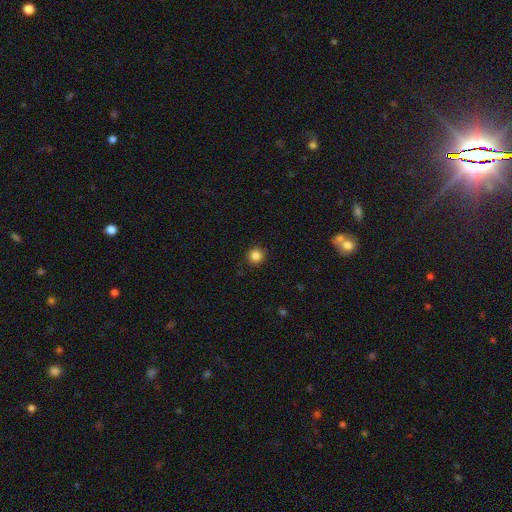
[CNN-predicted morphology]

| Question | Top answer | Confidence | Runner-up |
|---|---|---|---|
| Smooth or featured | smooth | 85% | star or artifact (11%) |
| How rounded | round | 94% | in between (5%) |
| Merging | none | 91% | minor disturbance (6%) |